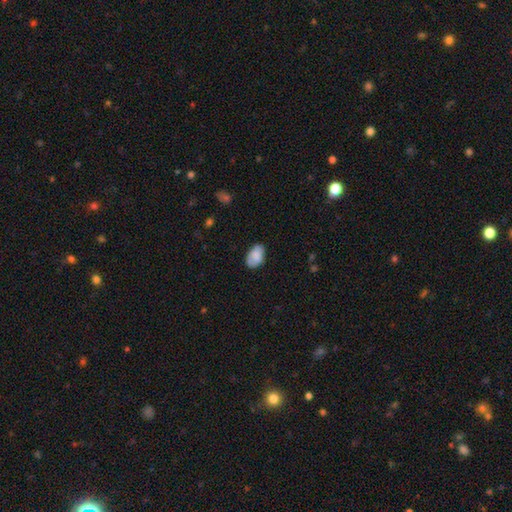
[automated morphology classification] A smooth galaxy with no disk features (81%) that is in between round and cigar-shaped (91%). Merging: none (72%).